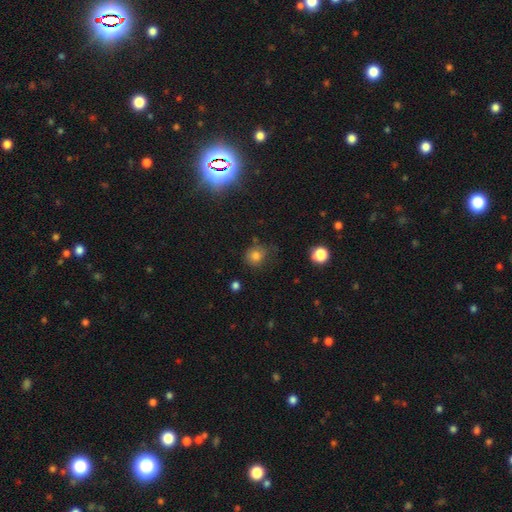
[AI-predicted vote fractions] This is likely a smooth galaxy (78%). How rounded: clearly round (81%). Merging: likely none (67%).